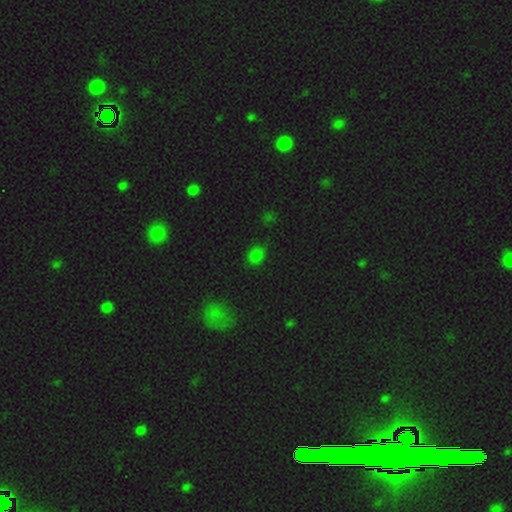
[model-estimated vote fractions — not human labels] The model was most divided on "how rounded": round: 51%, in between: 47%, cigar-shaped: 2%. More confident: merging — none (79%); smooth or featured — smooth (73%).